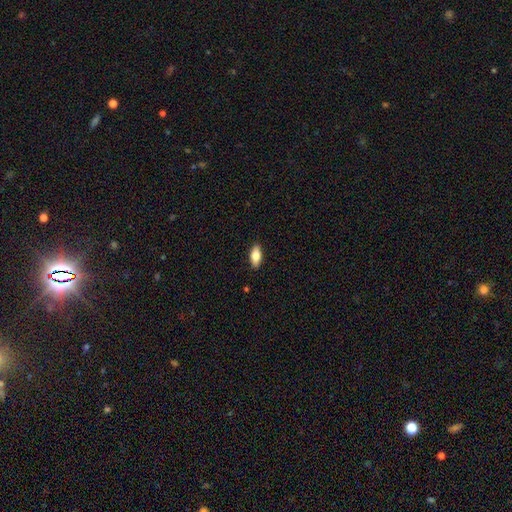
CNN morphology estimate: Overall: smooth (78%). How rounded: in between (85%). Merging: none (89%).